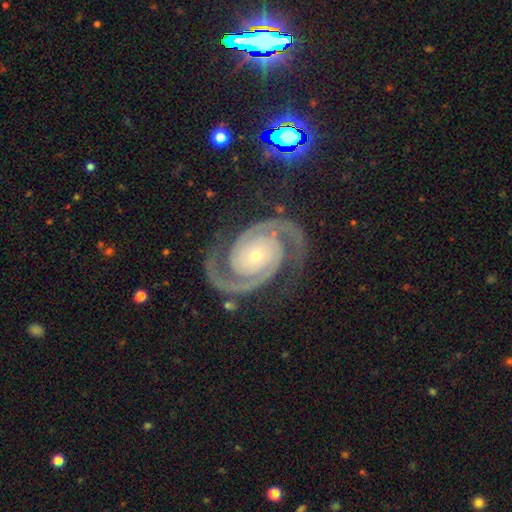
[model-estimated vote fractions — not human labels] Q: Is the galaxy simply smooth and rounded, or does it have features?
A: featured or disk — 94%.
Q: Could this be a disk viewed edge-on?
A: no — 98%.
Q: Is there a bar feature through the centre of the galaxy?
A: no — 75%.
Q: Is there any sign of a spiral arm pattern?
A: yes — 99%.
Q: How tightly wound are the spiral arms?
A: tight — 59%.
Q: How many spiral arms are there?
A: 2 — 94%.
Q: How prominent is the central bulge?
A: small — 74%.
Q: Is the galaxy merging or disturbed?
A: none — 84%.